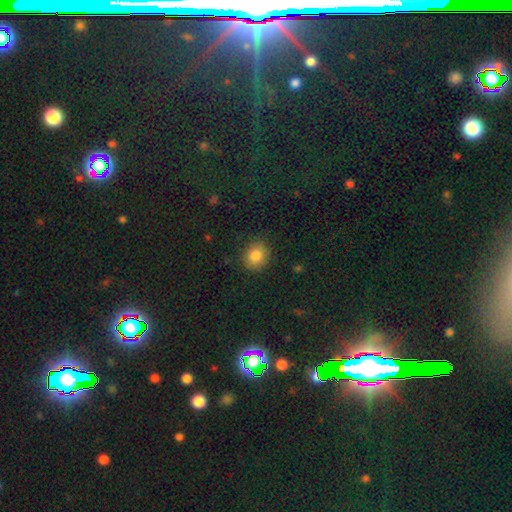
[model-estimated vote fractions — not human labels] A smooth galaxy with no disk features (84%) that is round (68%).

Vote fractions:
- Smooth or featured? smooth: 84% / star or artifact: 11% / featured or disk: 6%
- How rounded? round: 68% / in between: 31% / cigar-shaped: 1%
- Merging? none: 86% / minor disturbance: 10% / major disturbance: 3% / merger: 1%